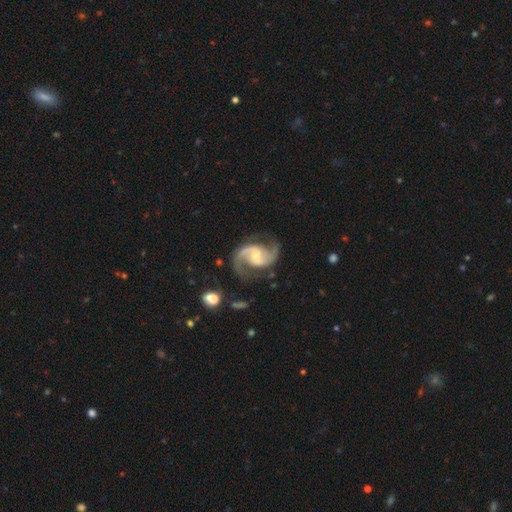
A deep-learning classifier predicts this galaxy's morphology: Smooth or featured? Predicted: featured or disk (p=0.92). Edge-on disk? Predicted: no (p=0.98). Bar? Predicted: no (p=0.43). Spiral arms? Predicted: yes (p=0.98). Spiral winding? Predicted: medium (p=0.57). Spiral arm count? Predicted: 2 (p=0.93). Bulge size? Predicted: moderate (p=0.49). Merging? Predicted: none (p=0.75).